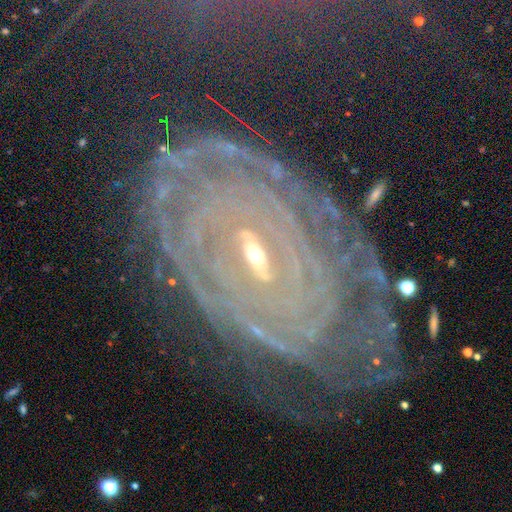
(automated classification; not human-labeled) featured or disk 82%, star or artifact 10%, smooth 8%. Down the decision tree: edge-on disk — no (95%); bar — weak (42%); spiral arms — yes (93%); spiral arm count — can't tell (38%); spiral winding — tight (83%); bulge size — small (69%); merging — none (70%).